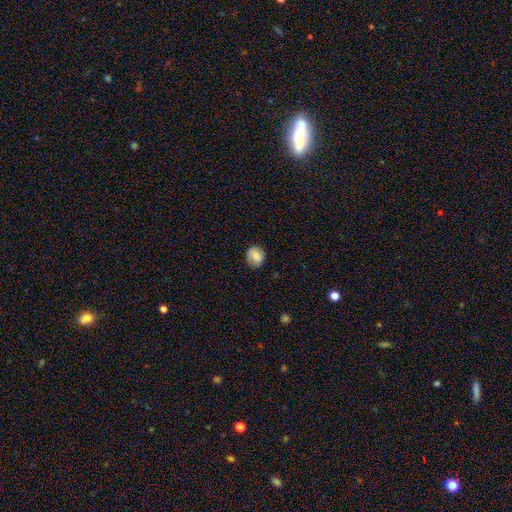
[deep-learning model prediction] This is clearly a smooth galaxy (83%). How rounded: likely round (73%). Merging: likely none (80%).